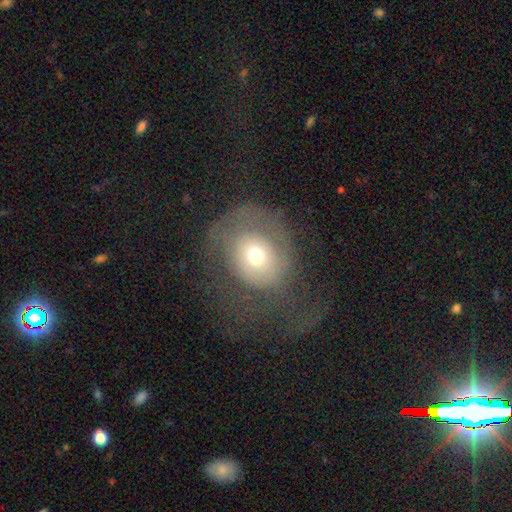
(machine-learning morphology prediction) Smooth or featured? smooth (58%)
How rounded? round (73%)
Merging? major disturbance (44%)